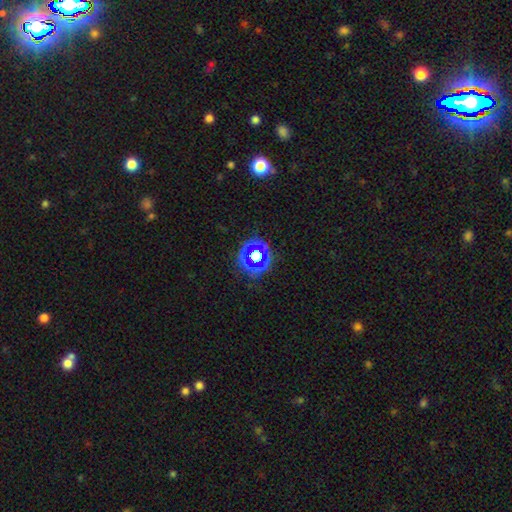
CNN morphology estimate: Overall: star or artifact (59%; smooth 26%).